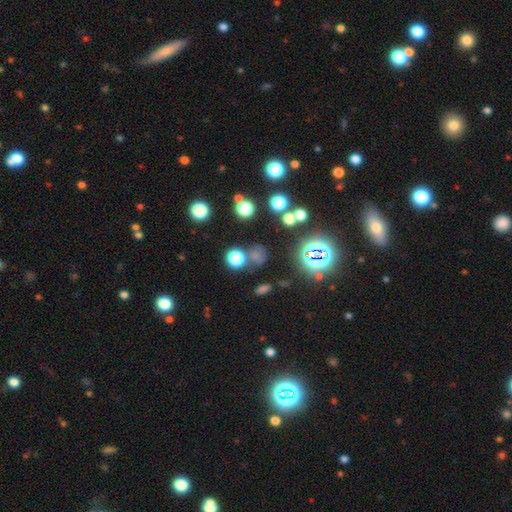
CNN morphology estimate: Q: Smooth or featured?
A: smooth (54%); runner-up: star or artifact (37%)
Q: How rounded?
A: round (80%); runner-up: in between (19%)
Q: Merging?
A: none (64%); runner-up: merger (14%)